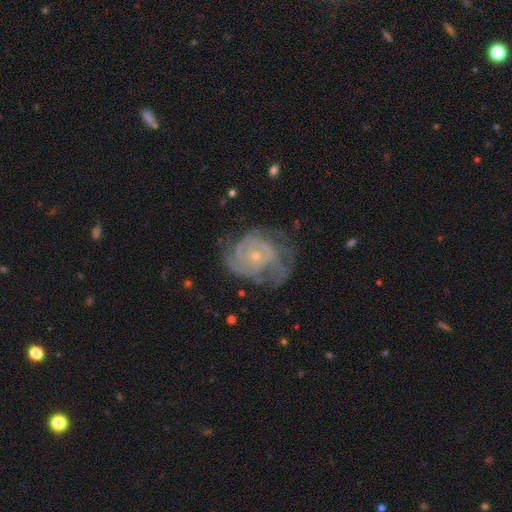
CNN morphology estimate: A featured or disk galaxy (81%) with no bar (80%), tight (61%) spiral arms (88%) and a small central bulge (74%).

Vote fractions:
- Smooth or featured? featured or disk: 81% / smooth: 11% / star or artifact: 8%
- Edge-on disk? no: 97% / yes: 3%
- Bar? no: 80% / weak: 16% / strong: 4%
- Spiral arms? yes: 88% / no: 12%
- Spiral winding? tight: 61% / medium: 30% / loose: 9%
- Spiral arm count? can't tell: 39% / 2: 20% / 3: 20% / 4: 10% / 1: 5% / more than 4: 5%
- Bulge size? small: 74% / moderate: 22% / none: 2% / large: 1% / dominant: 1%
- Merging? none: 54% / minor disturbance: 23% / major disturbance: 22% / merger: 2%